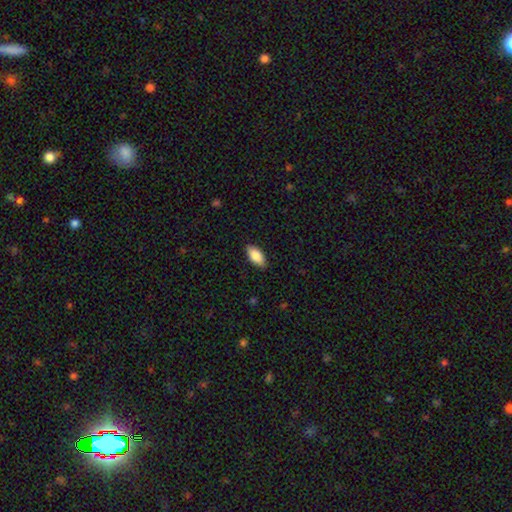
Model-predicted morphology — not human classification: smooth 84%, featured or disk 9%, star or artifact 6%. Down the decision tree: how rounded — in between (90%); merging — none (88%).